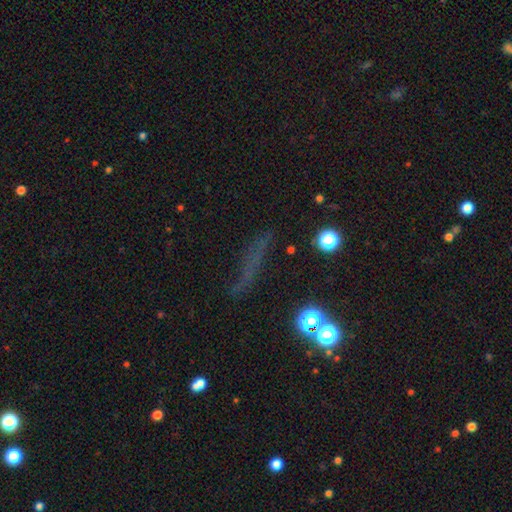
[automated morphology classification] Smooth or featured: star or artifact — 42% (smooth — 36%)